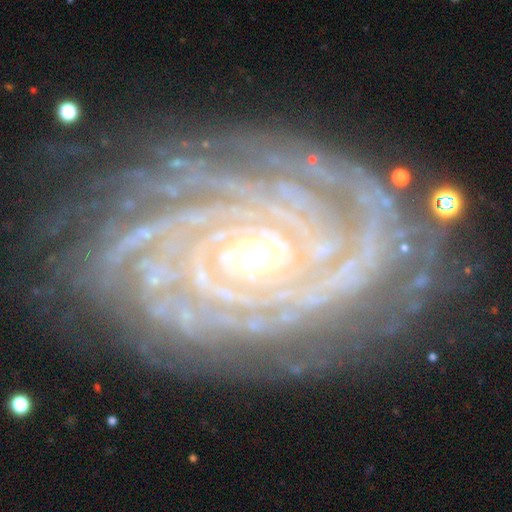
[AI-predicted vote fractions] Smooth or featured? Predicted: featured or disk (p=0.91). Edge-on disk? Predicted: no (p=0.97). Bar? Predicted: no (p=0.63). Spiral arms? Predicted: yes (p=0.98). Spiral winding? Predicted: tight (p=0.87). Spiral arm count? Predicted: more than 4 (p=0.27). Bulge size? Predicted: small (p=0.58). Merging? Predicted: none (p=0.81).